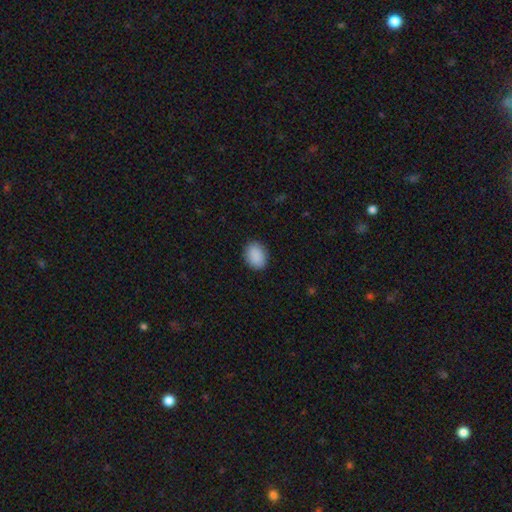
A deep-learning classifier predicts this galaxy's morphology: smooth 90%, star or artifact 7%, featured or disk 3%. Down the decision tree: how rounded — in between (68%); merging — none (87%).